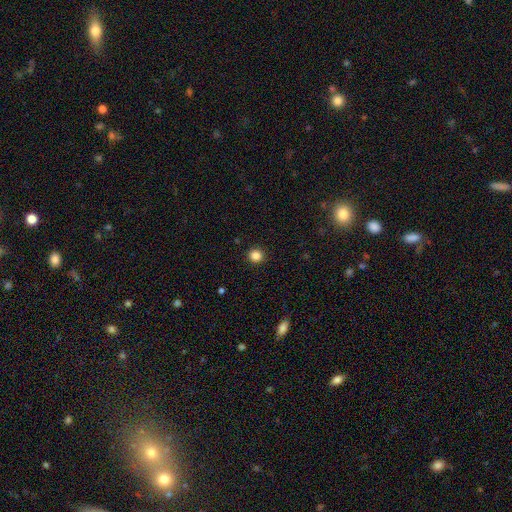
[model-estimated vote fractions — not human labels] This appears to be a smooth galaxy with no disk features (85%) that is round (92%). Merging: none (93%).